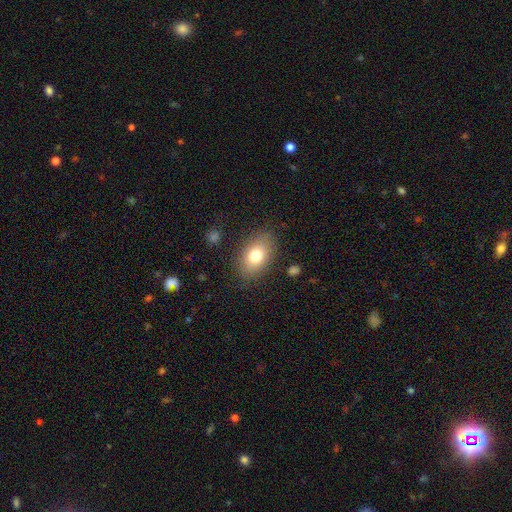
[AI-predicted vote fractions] A smooth galaxy with no disk features (77%) that is in between round and cigar-shaped (87%). Merging: none (83%).